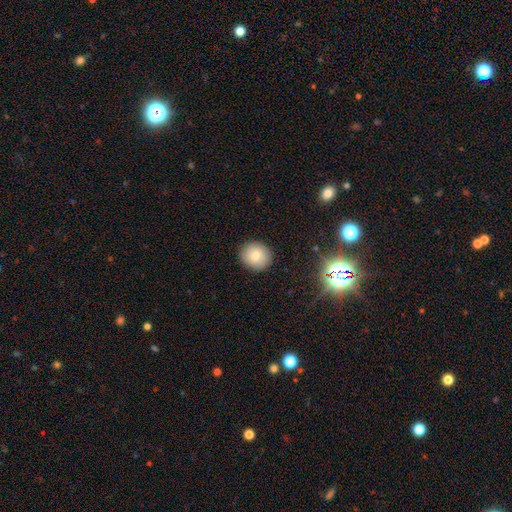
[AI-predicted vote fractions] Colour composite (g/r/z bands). It shows a smooth galaxy with no disk features (79%) that is round (82%). Merging: none (90%).